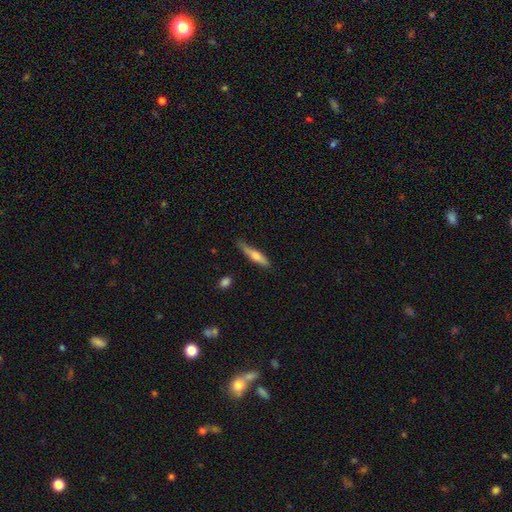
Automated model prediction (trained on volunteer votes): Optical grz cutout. It shows a smooth galaxy with no disk features (62%) that is cigar-shaped (84%). Merging: none (72%).